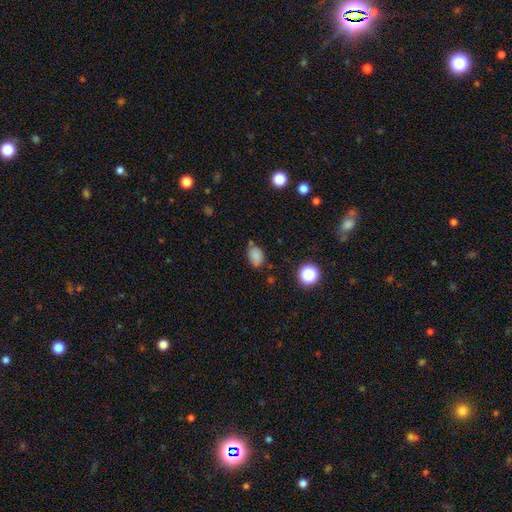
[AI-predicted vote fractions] smooth 80%, star or artifact 13%, featured or disk 7%. Down the decision tree: how rounded — in between (78%); merging — none (65%).